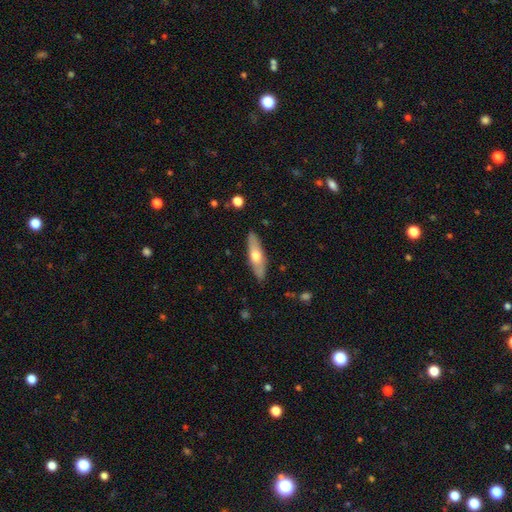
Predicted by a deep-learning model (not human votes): Q: Smooth or featured?
A: smooth (51%); runner-up: featured or disk (44%)
Q: How rounded?
A: cigar-shaped (63%); runner-up: in between (35%)
Q: Merging?
A: none (87%); runner-up: minor disturbance (9%)